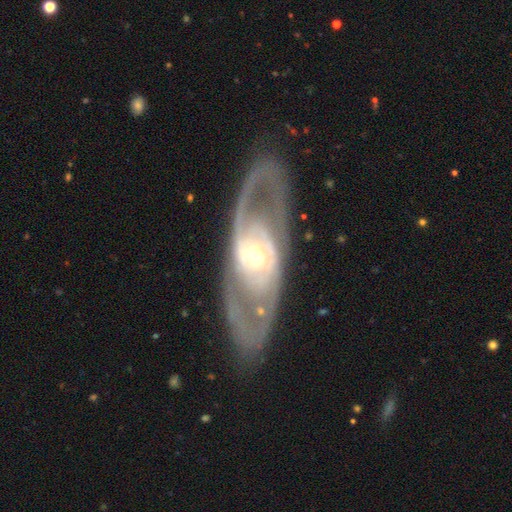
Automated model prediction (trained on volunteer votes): Q: Smooth or featured?
A: featured or disk (84%); runner-up: smooth (11%)
Q: Edge-on disk?
A: no (85%); runner-up: yes (15%)
Q: Bar?
A: no (65%); runner-up: weak (24%)
Q: Spiral arms?
A: yes (69%); runner-up: no (31%)
Q: Bulge size?
A: moderate (65%); runner-up: small (26%)
Q: Merging?
A: none (79%); runner-up: minor disturbance (12%)